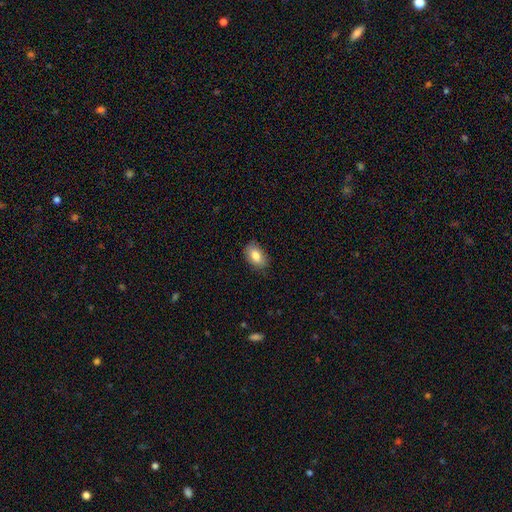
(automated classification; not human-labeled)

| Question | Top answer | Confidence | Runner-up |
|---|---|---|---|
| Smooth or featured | smooth | 82% | featured or disk (11%) |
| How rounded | in between | 89% | round (10%) |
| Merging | none | 82% | minor disturbance (15%) |